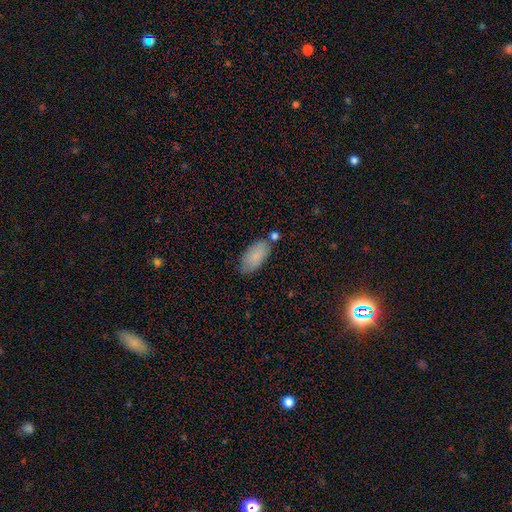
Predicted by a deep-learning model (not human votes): Smooth or featured: smooth — 85% (featured or disk — 8%)
How rounded: in between — 92% (cigar-shaped — 5%)
Merging: none — 69% (minor disturbance — 19%)